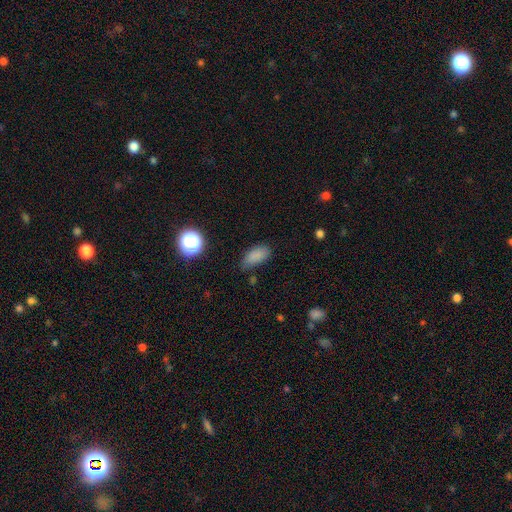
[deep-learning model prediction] A smooth galaxy with no disk features (82%) that is in between round and cigar-shaped (88%). Merging: none (66%).